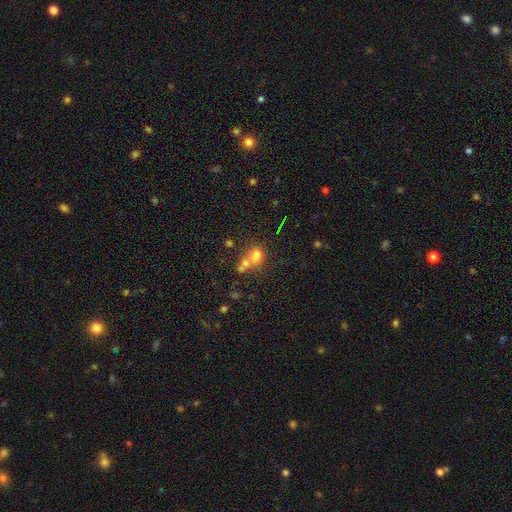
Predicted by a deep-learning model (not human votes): smooth 64%, star or artifact 19%, featured or disk 18%. Down the decision tree: how rounded — round (61%); merging — merger (54%).